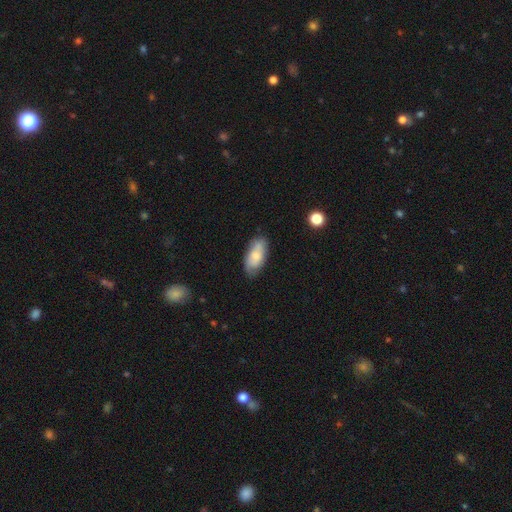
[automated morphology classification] This appears to be a smooth galaxy with no disk features (69%) that is in between round and cigar-shaped (90%). Merging: none (68%).